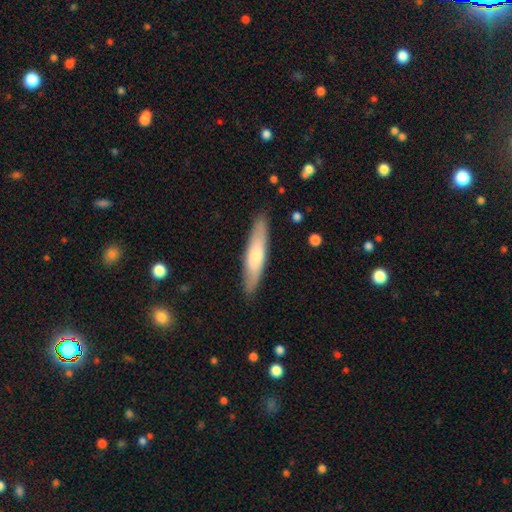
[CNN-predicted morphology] This appears to be a smooth galaxy with no disk features (62%) that is cigar-shaped (82%). Merging: none (88%).